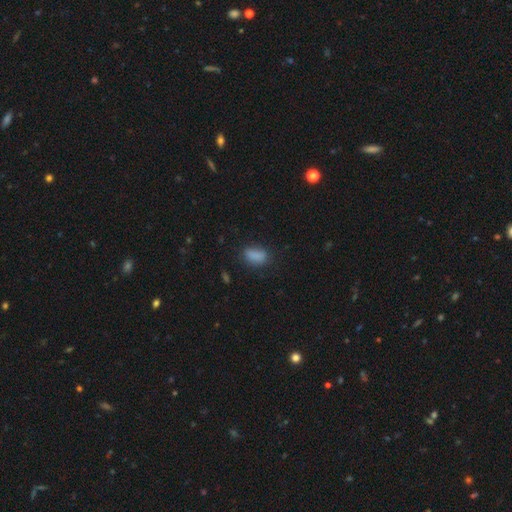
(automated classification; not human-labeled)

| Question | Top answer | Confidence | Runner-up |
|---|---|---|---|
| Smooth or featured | smooth | 85% | star or artifact (9%) |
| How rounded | in between | 85% | round (9%) |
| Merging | none | 70% | minor disturbance (21%) |